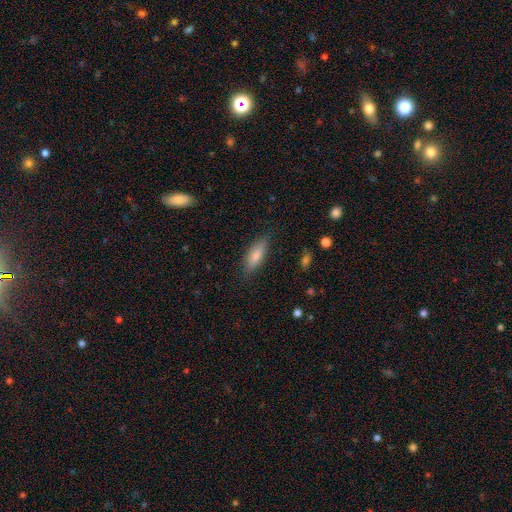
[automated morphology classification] This appears to be a smooth galaxy with no disk features (71%) that is in between round and cigar-shaped (54%). Merging: none (83%).